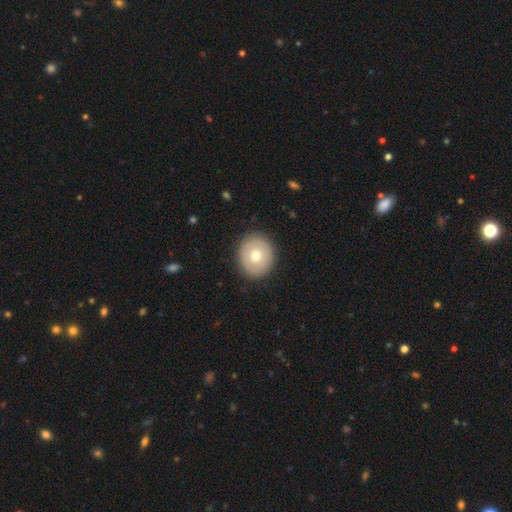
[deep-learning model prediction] smooth_or_featured: smooth (p=0.66) [alt: featured or disk p=0.27]
how_rounded: round (p=0.75) [alt: in between p=0.24]
merging: none (p=0.89) [alt: minor disturbance p=0.08]